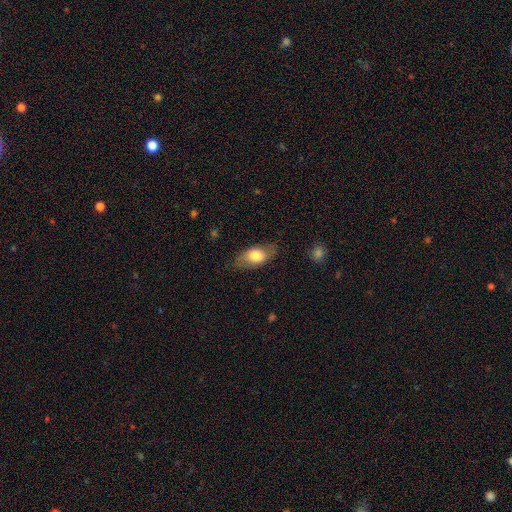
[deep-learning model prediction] Smooth or featured?
  - smooth: 74% *
  - featured or disk: 20%
  - star or artifact: 6%
How rounded?
  - in between: 88% *
  - round: 7%
  - cigar-shaped: 5%
Merging?
  - none: 76% *
  - minor disturbance: 18%
  - major disturbance: 5%
  - merger: 1%